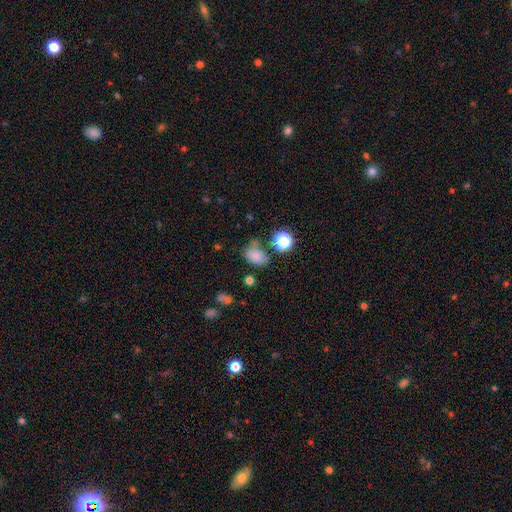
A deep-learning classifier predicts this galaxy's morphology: Overall: smooth (76%). How rounded: in between (71%). Merging: none (52%; minor disturbance 25%).